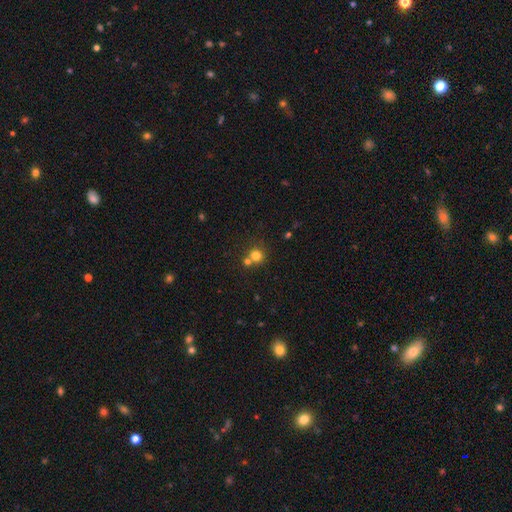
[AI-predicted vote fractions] Q: Smooth or featured?
A: smooth (77%); runner-up: star or artifact (15%)
Q: How rounded?
A: round (88%); runner-up: in between (11%)
Q: Merging?
A: none (58%); runner-up: merger (32%)